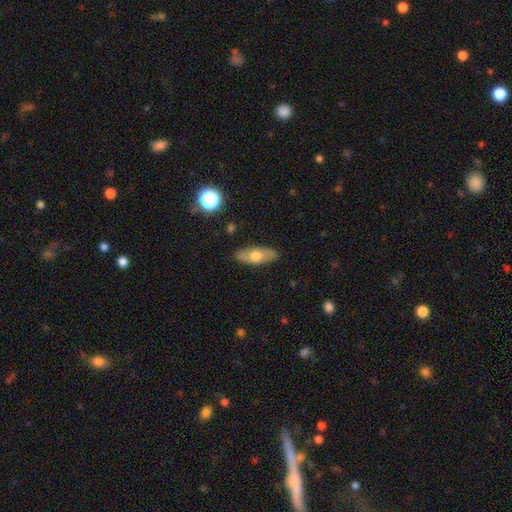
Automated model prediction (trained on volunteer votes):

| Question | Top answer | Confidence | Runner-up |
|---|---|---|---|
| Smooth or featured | smooth | 59% | featured or disk (35%) |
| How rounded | in between | 75% | cigar-shaped (21%) |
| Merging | none | 86% | minor disturbance (11%) |